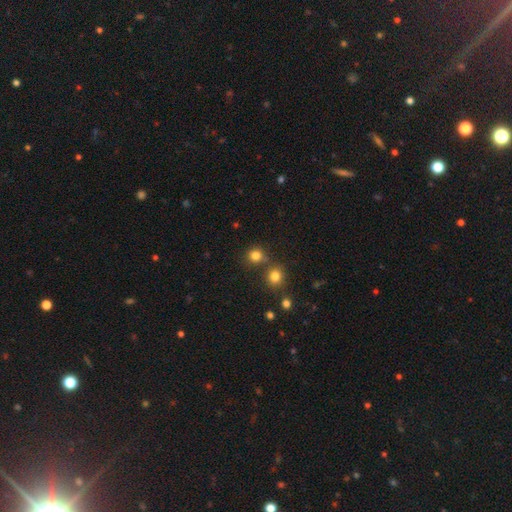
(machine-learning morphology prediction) Q: Smooth or featured?
A: smooth (80%); runner-up: star or artifact (14%)
Q: How rounded?
A: round (87%); runner-up: in between (12%)
Q: Merging?
A: none (71%); runner-up: merger (18%)